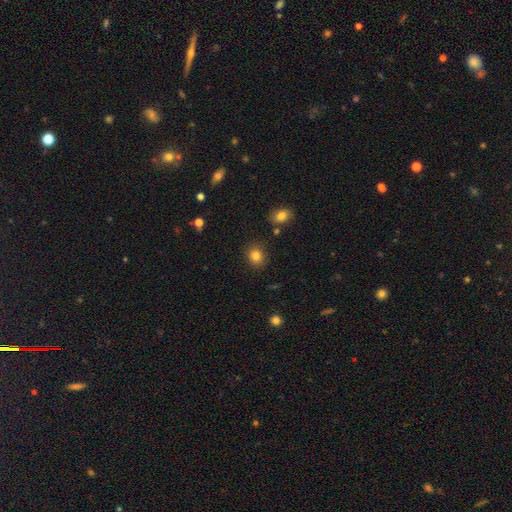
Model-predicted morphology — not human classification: smooth-or-featured: smooth: 83% | star or artifact: 11% | featured or disk: 6%
  how-rounded: round: 70% | in between: 29% | cigar-shaped: 1%
  merging: none: 87% | minor disturbance: 8% | merger: 2% | major disturbance: 2%